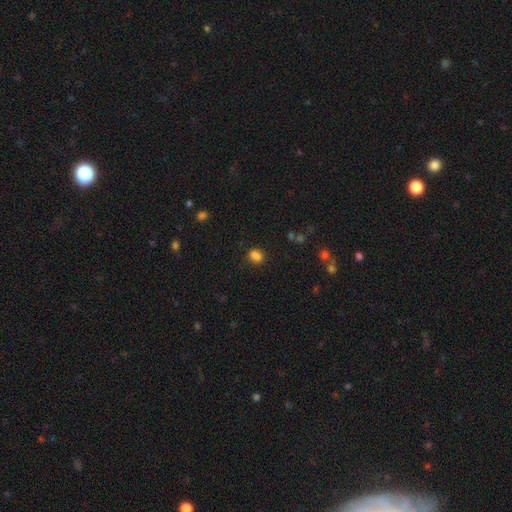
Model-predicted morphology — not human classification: Overall: smooth (82%). How rounded: in between (50%; round 49%). Merging: none (74%).